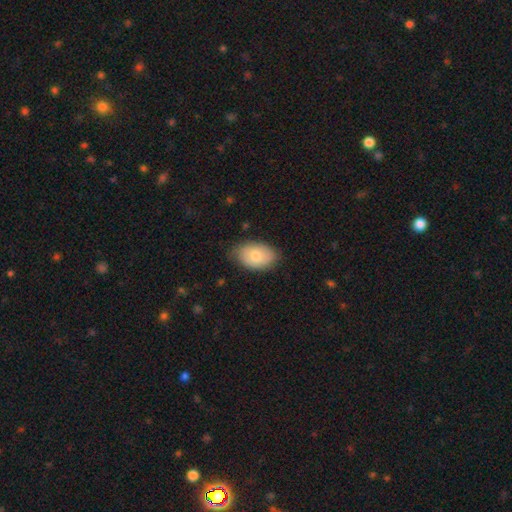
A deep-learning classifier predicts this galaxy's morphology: smooth-or-featured: smooth: 75% | featured or disk: 19% | star or artifact: 6%
  how-rounded: in between: 90% | round: 8% | cigar-shaped: 1%
  merging: none: 77% | minor disturbance: 19% | major disturbance: 3% | merger: 1%